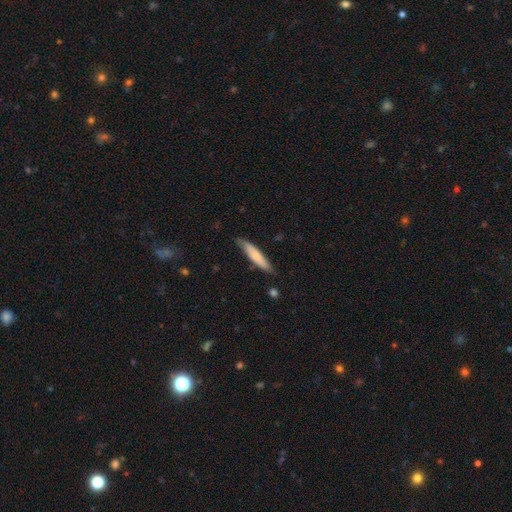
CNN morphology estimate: Smooth or featured? smooth (71%)
How rounded? cigar-shaped (83%)
Merging? none (78%)